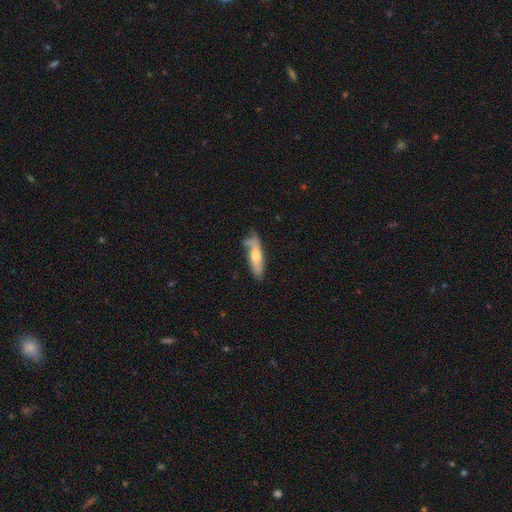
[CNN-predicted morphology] Smooth or featured? Predicted: smooth (p=0.58). How rounded? Predicted: cigar-shaped (p=0.59). Merging? Predicted: none (p=0.56).